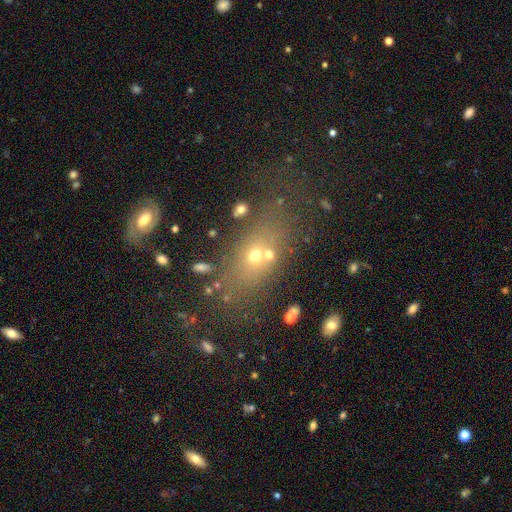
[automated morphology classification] A smooth galaxy with no disk features (53%) that is in between round and cigar-shaped (62%). Merging: none (60%).